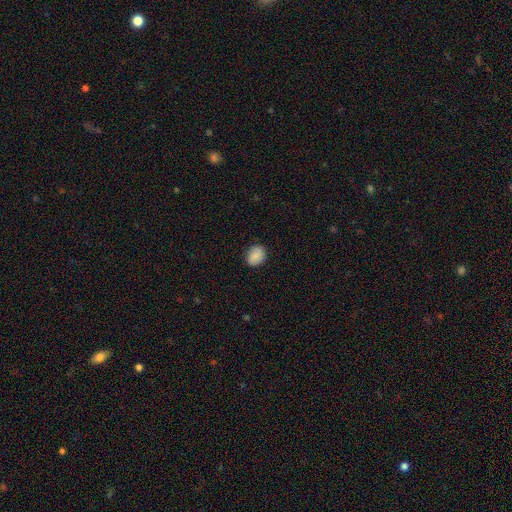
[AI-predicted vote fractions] The model was most divided on "how rounded": round: 52%, in between: 47%, cigar-shaped: 1%. More confident: smooth or featured — smooth (84%); merging — none (82%).